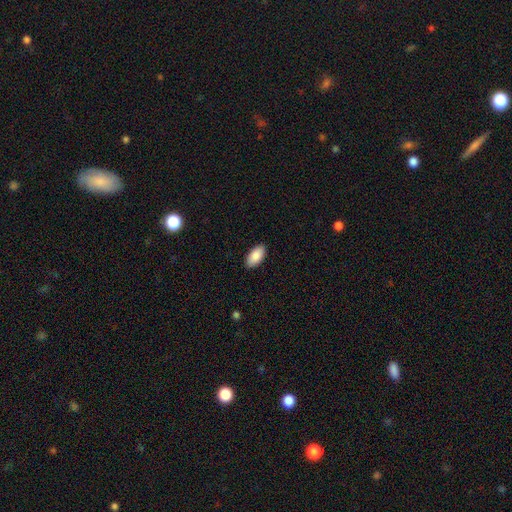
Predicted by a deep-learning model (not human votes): Morphology: type=smooth (89%); roundness=in between (95%); merging=none (89%).